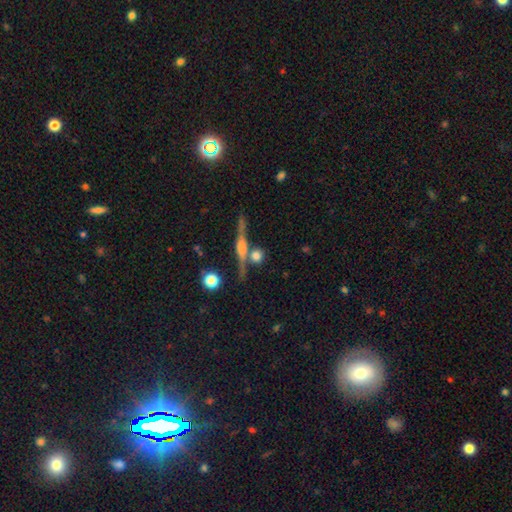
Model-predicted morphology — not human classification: featured or disk 49%, smooth 40%, star or artifact 11%. Down the decision tree: merging — none (69%).